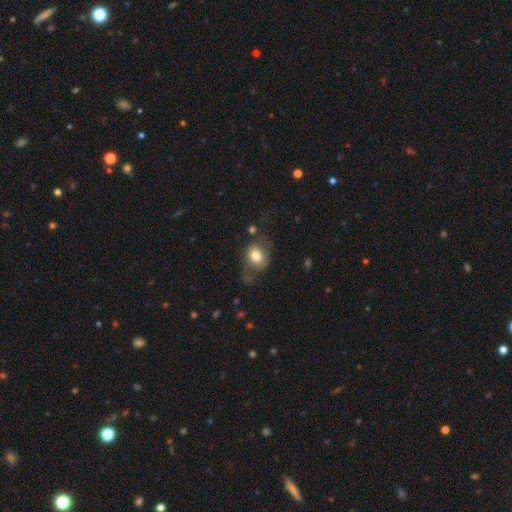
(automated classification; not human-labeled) Morphology: type=smooth (73%); roundness=in between (59%); merging=none (46%).